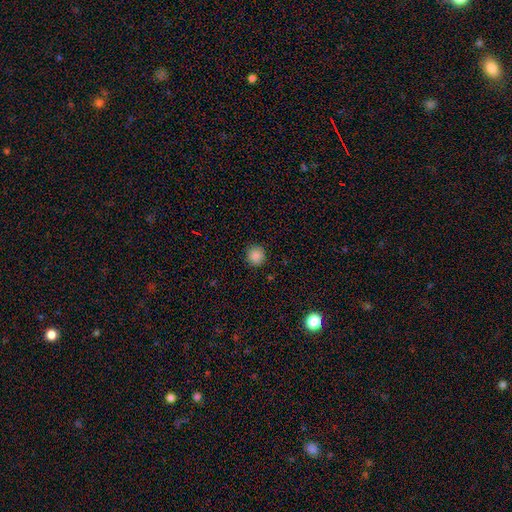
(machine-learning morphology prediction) type=smooth (87%); roundness=round (93%); merging=none (91%).